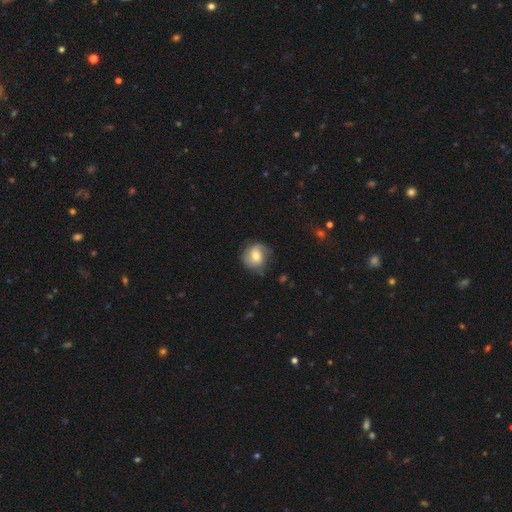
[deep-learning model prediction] Overall: smooth (51%; featured or disk 41%). How rounded: round (76%). Merging: none (61%; minor disturbance 27%).